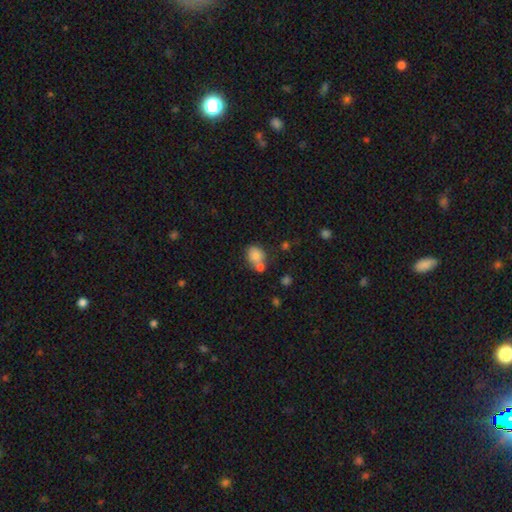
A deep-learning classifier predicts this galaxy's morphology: This is likely a smooth galaxy (79%). How rounded: possibly round (58%). Merging: possibly none (49%).